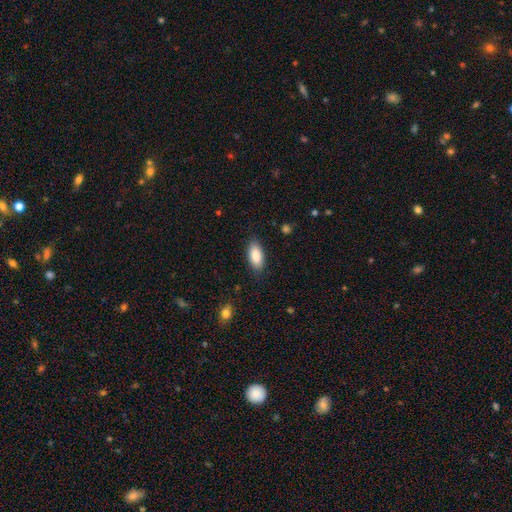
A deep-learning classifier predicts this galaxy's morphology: smooth-or-featured: smooth: 88% | star or artifact: 6% | featured or disk: 6%
  how-rounded: in between: 90% | cigar-shaped: 8% | round: 2%
  merging: none: 85% | minor disturbance: 11% | major disturbance: 3% | merger: 1%